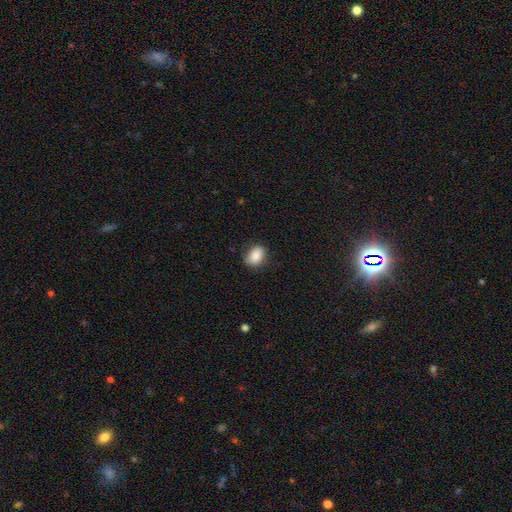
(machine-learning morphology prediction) Q: Smooth or featured?
A: smooth (81%); runner-up: featured or disk (10%)
Q: How rounded?
A: in between (69%); runner-up: round (30%)
Q: Merging?
A: none (81%); runner-up: minor disturbance (15%)